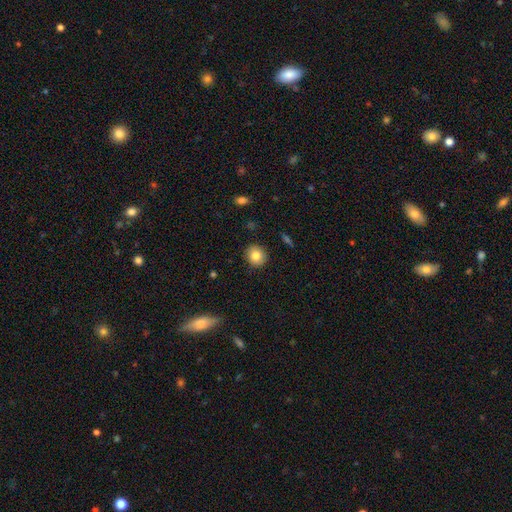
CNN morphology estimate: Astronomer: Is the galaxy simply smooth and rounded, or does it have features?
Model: smooth — 83%.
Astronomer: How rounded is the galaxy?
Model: round — 86%.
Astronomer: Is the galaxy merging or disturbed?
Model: none — 90%.